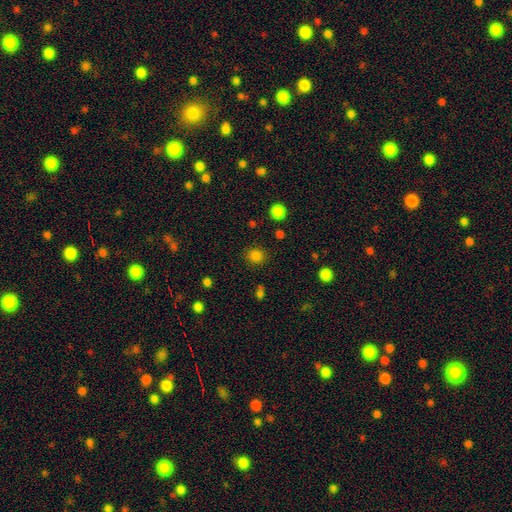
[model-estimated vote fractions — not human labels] Overall: smooth (82%). How rounded: round (87%). Merging: none (88%).